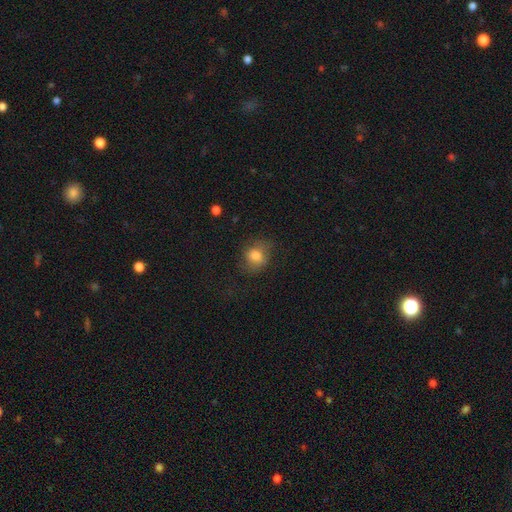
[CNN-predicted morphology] smooth_or_featured: smooth (p=0.79) [alt: featured or disk p=0.11]
how_rounded: round (p=0.65) [alt: in between p=0.34]
merging: none (p=0.64) [alt: minor disturbance p=0.22]